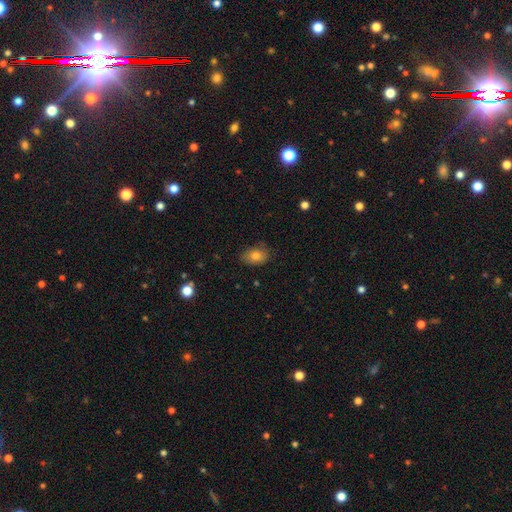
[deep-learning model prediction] Smooth or featured? Predicted: smooth (p=0.79). How rounded? Predicted: in between (p=0.78). Merging? Predicted: none (p=0.74).